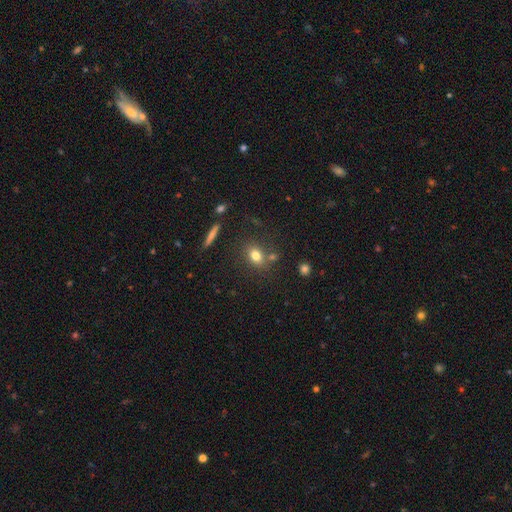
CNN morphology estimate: A smooth galaxy with no disk features (77%) that is in between round and cigar-shaped (61%). Merging: none (72%).